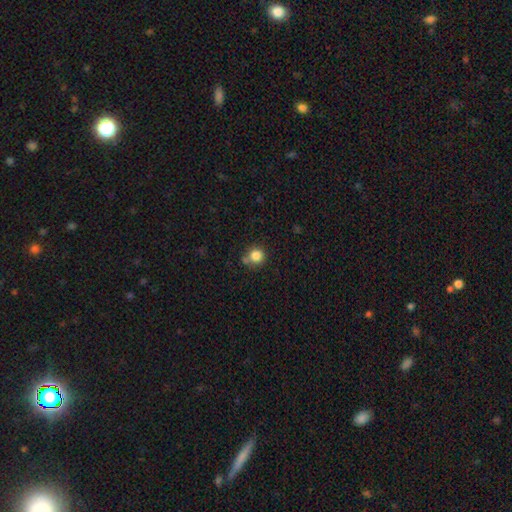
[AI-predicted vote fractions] Smooth or featured? smooth (83%)
How rounded? round (90%)
Merging? none (65%)